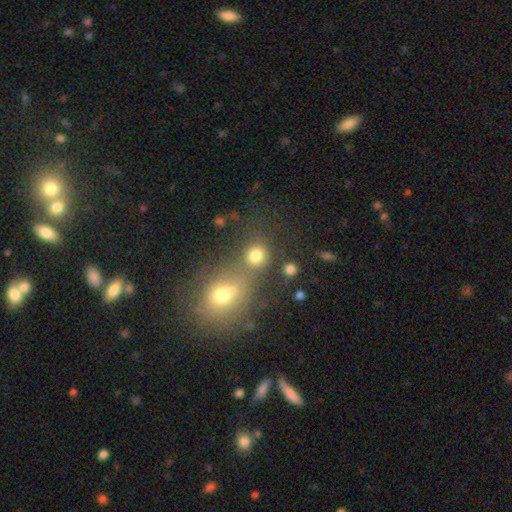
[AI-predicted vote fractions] smooth-or-featured: smooth: 78% | star or artifact: 15% | featured or disk: 7%
  how-rounded: round: 78% | in between: 20% | cigar-shaped: 1%
  merging: none: 53% | merger: 33% | minor disturbance: 9% | major disturbance: 5%